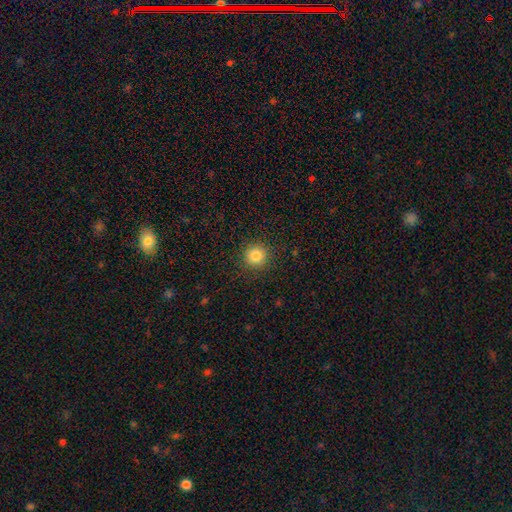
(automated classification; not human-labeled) Q: Smooth or featured?
A: smooth (83%); runner-up: star or artifact (12%)
Q: How rounded?
A: round (94%); runner-up: in between (5%)
Q: Merging?
A: none (91%); runner-up: minor disturbance (6%)